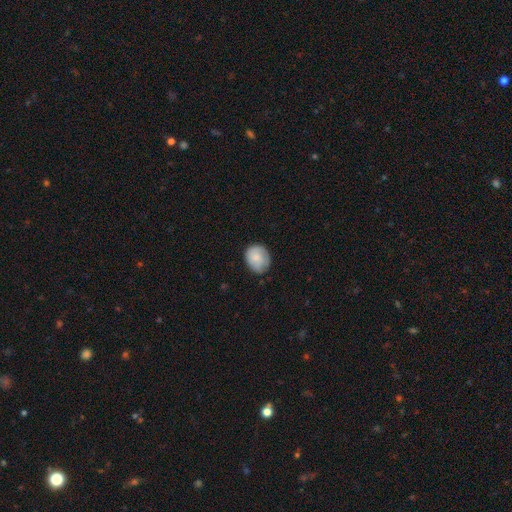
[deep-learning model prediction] Q: Smooth or featured?
A: smooth (79%); runner-up: featured or disk (15%)
Q: How rounded?
A: round (62%); runner-up: in between (37%)
Q: Merging?
A: none (67%); runner-up: minor disturbance (26%)